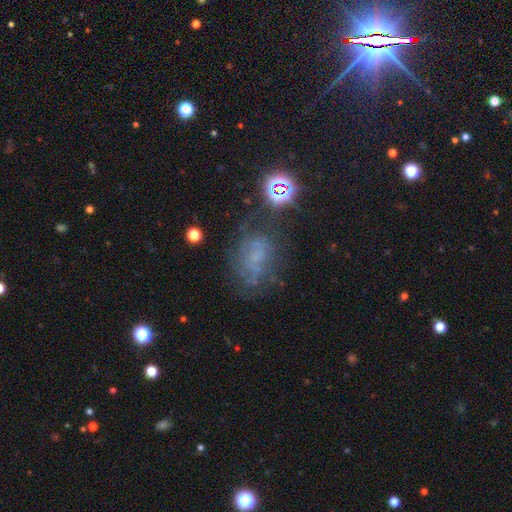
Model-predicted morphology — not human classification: A featured or disk galaxy (40%).

Vote fractions:
- Smooth or featured? featured or disk: 40% / star or artifact: 31% / smooth: 29%
- Merging? none: 51% / minor disturbance: 22% / major disturbance: 21% / merger: 6%